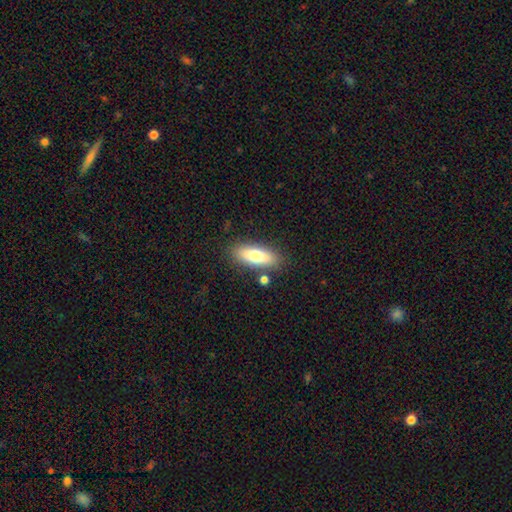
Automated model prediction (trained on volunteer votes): Smooth or featured: smooth — 71% (featured or disk — 22%)
How rounded: in between — 64% (cigar-shaped — 33%)
Merging: none — 81% (minor disturbance — 11%)